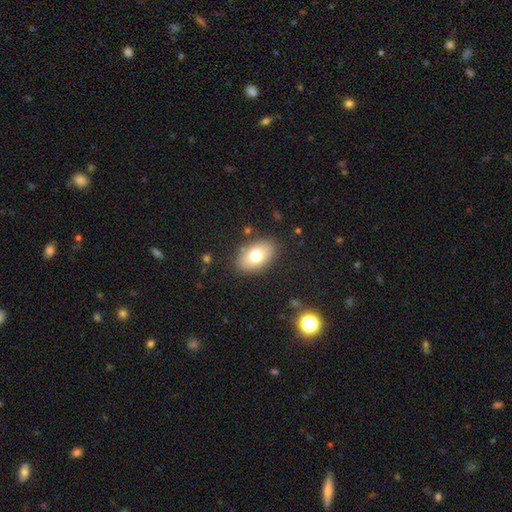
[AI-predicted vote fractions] This appears to be a smooth galaxy with no disk features (73%) that is in between round and cigar-shaped (89%). Merging: none (85%).